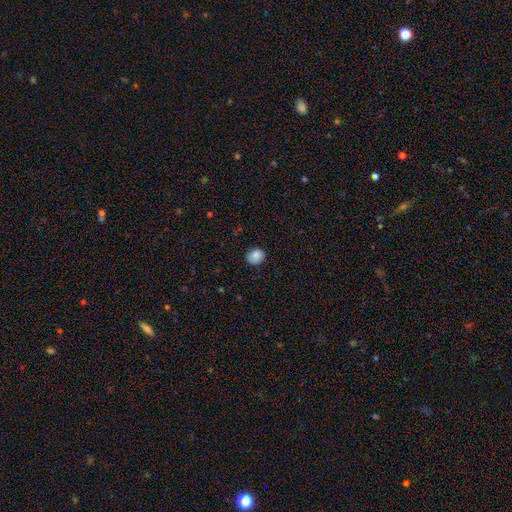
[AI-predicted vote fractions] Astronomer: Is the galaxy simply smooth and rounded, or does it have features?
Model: smooth — 85%.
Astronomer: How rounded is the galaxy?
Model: round — 63%.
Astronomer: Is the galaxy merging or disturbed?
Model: none — 81%.